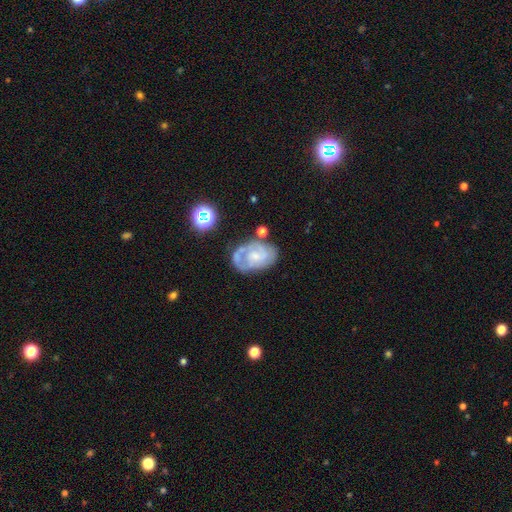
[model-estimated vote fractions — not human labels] smooth-or-featured: featured or disk: 73% | smooth: 20% | star or artifact: 8%
  disk-edge-on: no: 97% | yes: 3%
    bar: no: 65% | weak: 30% | strong: 5%
    has-spiral-arms: yes: 81% | no: 19%
      spiral-winding: tight: 52% | medium: 36% | loose: 12%
      spiral-arm-count: 2: 40% | can't tell: 35% | 1: 10% | 3: 10% | 4: 3% | more than 4: 2%
    bulge-size: small: 58% | moderate: 26% | none: 13% | large: 3% | dominant: 1%
  merging: none: 52% | minor disturbance: 25% | major disturbance: 15% | merger: 8%